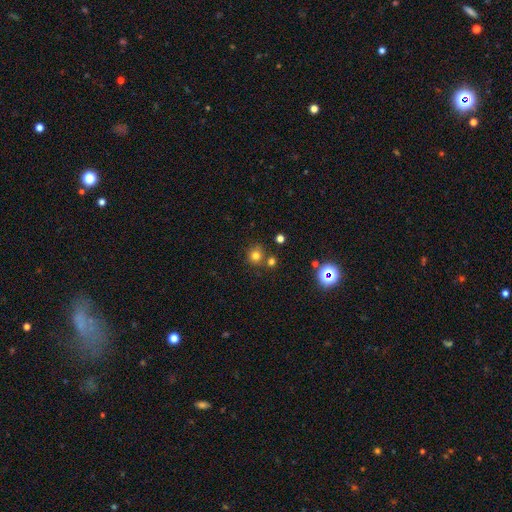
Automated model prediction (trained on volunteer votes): This appears to be a smooth galaxy with no disk features (75%) that is round (90%). Merging: none (73%).